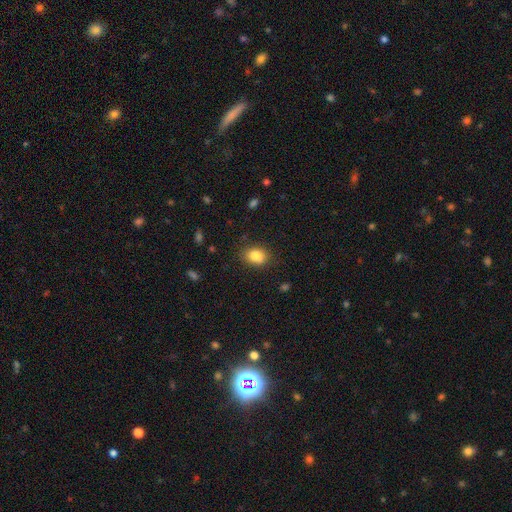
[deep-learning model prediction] A smooth galaxy with no disk features (82%) that is in between round and cigar-shaped (62%). Merging: none (78%).